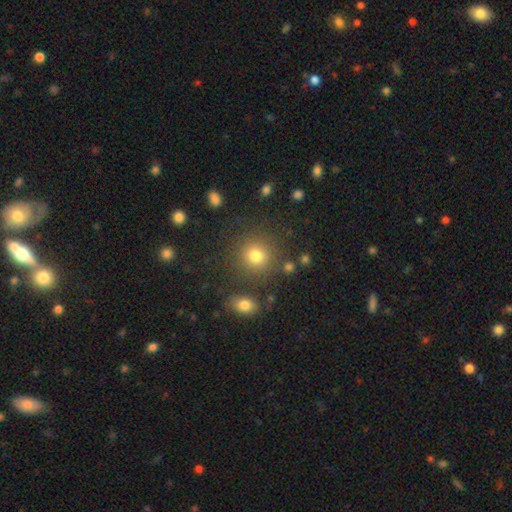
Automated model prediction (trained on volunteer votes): This appears to be a smooth galaxy with no disk features (77%) that is round (88%). Merging: none (81%).